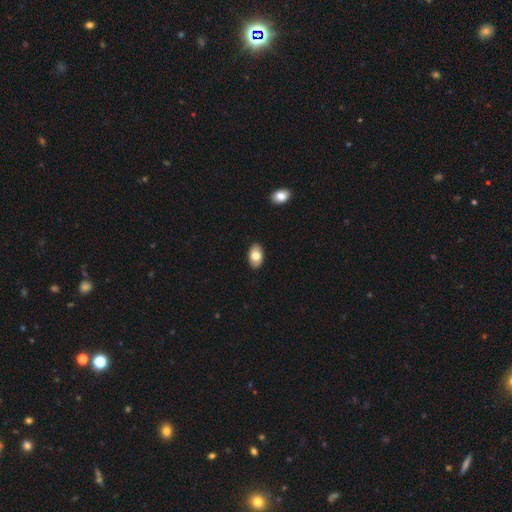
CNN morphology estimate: Smooth or featured?
  - smooth: 78% *
  - featured or disk: 15%
  - star or artifact: 7%
How rounded?
  - in between: 92% *
  - round: 7%
  - cigar-shaped: 1%
Merging?
  - none: 89% *
  - minor disturbance: 9%
  - major disturbance: 2%
  - merger: 1%